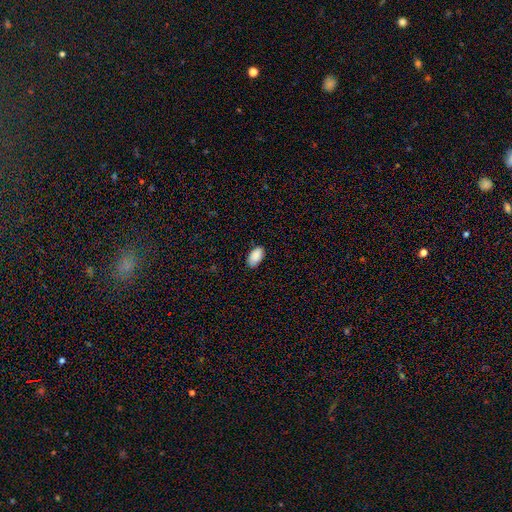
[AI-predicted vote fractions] smooth-or-featured: smooth: 90% | star or artifact: 7% | featured or disk: 4%
  how-rounded: in between: 94% | round: 4% | cigar-shaped: 2%
  merging: none: 83% | minor disturbance: 14% | major disturbance: 2% | merger: 1%